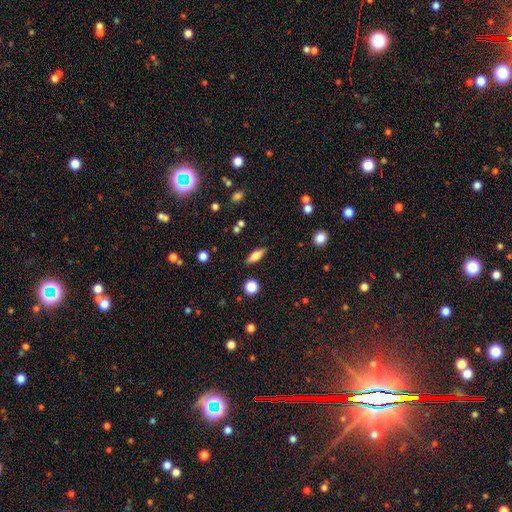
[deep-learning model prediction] Morphology: type=smooth (58%); roundness=in between (60%); merging=none (84%).